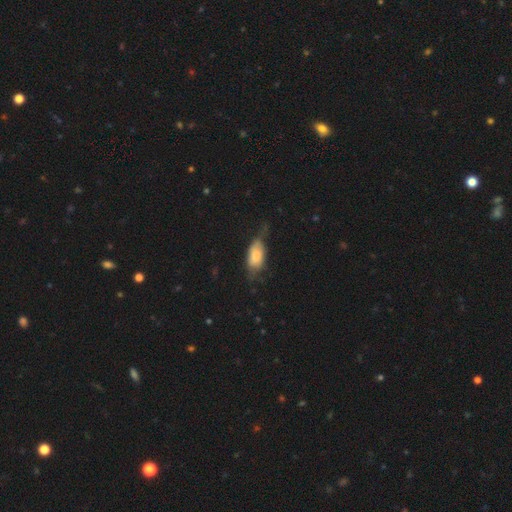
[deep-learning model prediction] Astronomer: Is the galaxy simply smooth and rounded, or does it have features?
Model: smooth — 73%.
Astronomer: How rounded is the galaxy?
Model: in between — 88%.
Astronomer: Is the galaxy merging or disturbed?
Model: none — 39% (runner-up: minor disturbance, 38%).